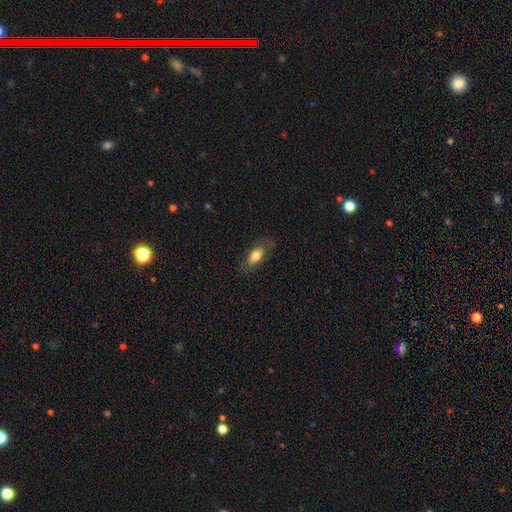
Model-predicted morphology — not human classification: Overall: smooth (70%). How rounded: in between (81%). Merging: none (77%).